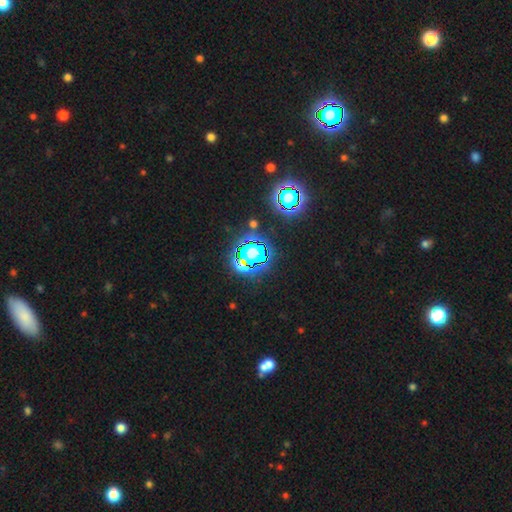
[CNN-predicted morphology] smooth_or_featured: star or artifact (p=0.81) [alt: smooth p=0.11]